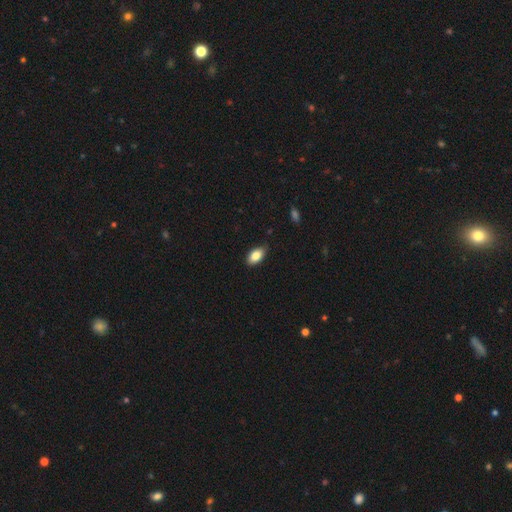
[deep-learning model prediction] Smooth or featured? smooth (84%)
How rounded? in between (92%)
Merging? none (82%)